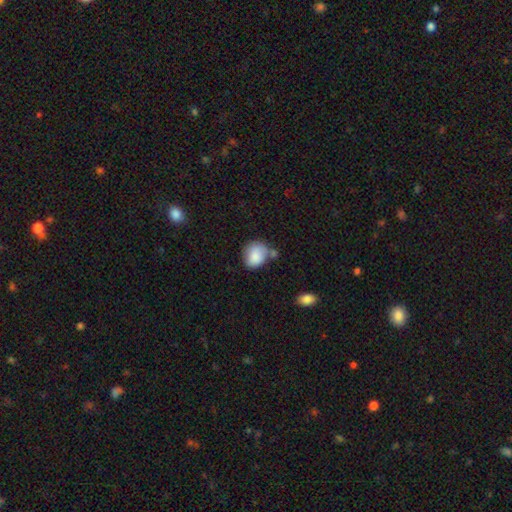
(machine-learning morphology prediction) smooth_or_featured: smooth (p=0.85) [alt: featured or disk p=0.08]
how_rounded: round (p=0.50) [alt: in between p=0.49]
merging: none (p=0.48) [alt: minor disturbance p=0.24]